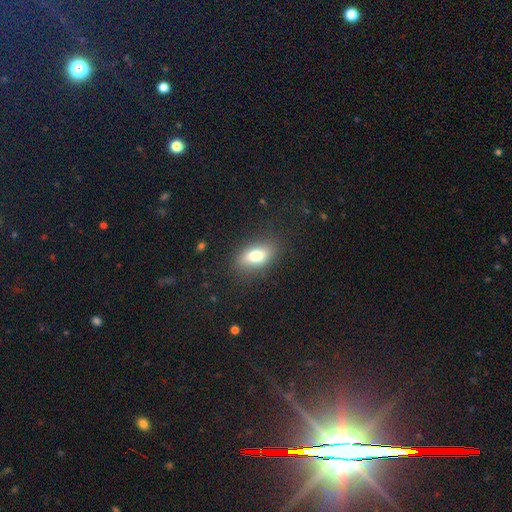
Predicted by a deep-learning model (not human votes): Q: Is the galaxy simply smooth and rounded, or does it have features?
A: smooth — 76%.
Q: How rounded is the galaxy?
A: in between — 85%.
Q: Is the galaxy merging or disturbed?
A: none — 84%.